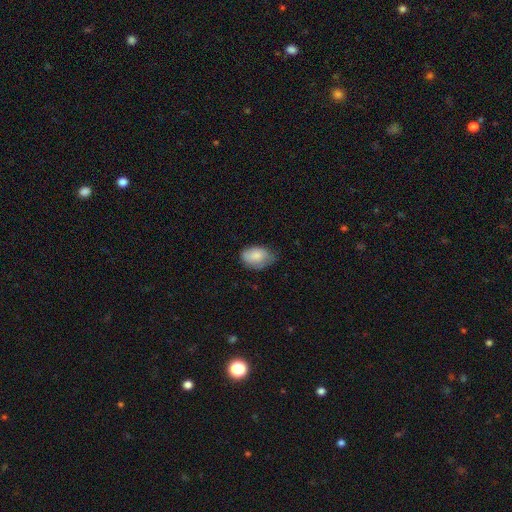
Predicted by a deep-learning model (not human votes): Smooth or featured: smooth — 80% (featured or disk — 13%)
How rounded: in between — 87% (round — 12%)
Merging: none — 58% (minor disturbance — 34%)